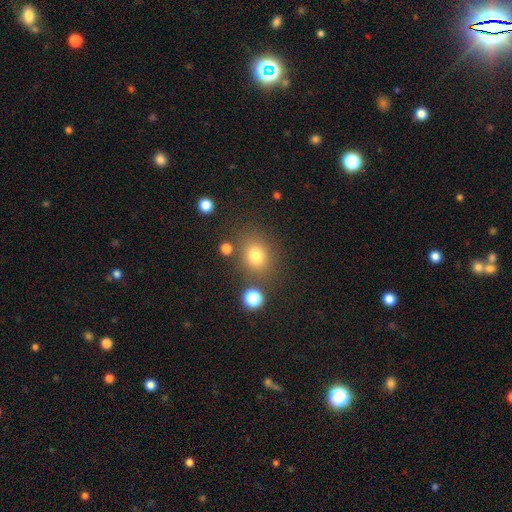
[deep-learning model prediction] Smooth or featured: smooth — 76% (star or artifact — 15%)
How rounded: round — 64% (in between — 35%)
Merging: none — 78% (minor disturbance — 11%)